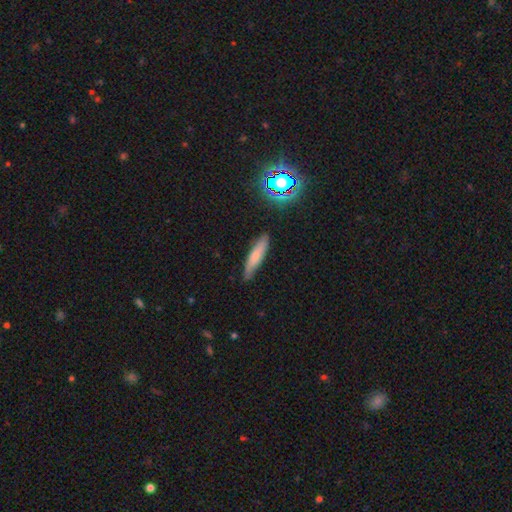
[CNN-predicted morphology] type=smooth (66%); roundness=cigar-shaped (81%); merging=none (80%).